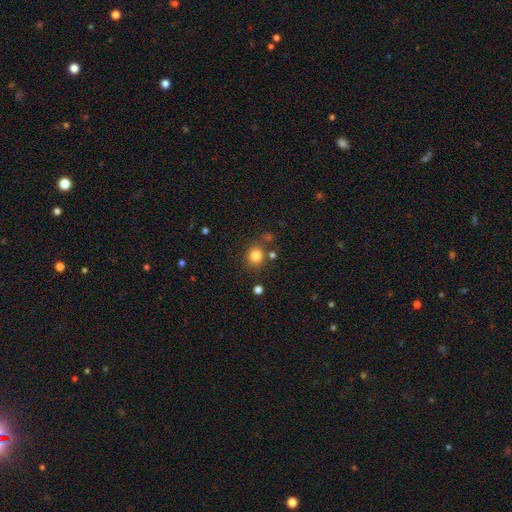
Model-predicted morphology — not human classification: Smooth or featured? smooth (82%)
How rounded? round (86%)
Merging? none (79%)